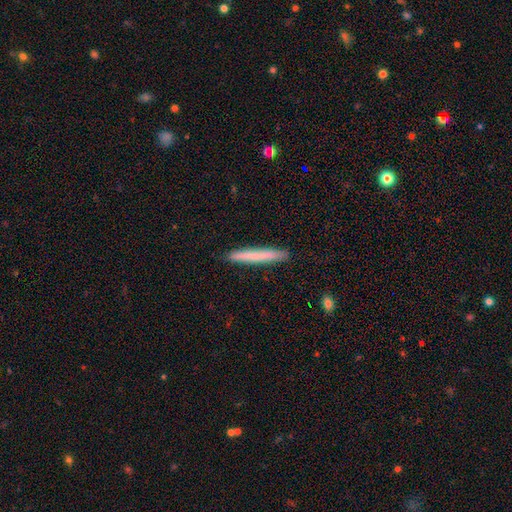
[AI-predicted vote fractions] Morphology: type=smooth (74%); roundness=cigar-shaped (97%); merging=none (91%).